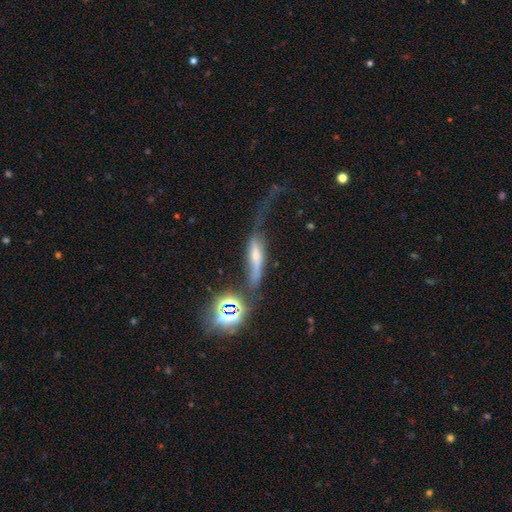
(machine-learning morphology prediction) The model was most divided on "smooth or featured": featured or disk: 48%, smooth: 35%, star or artifact: 17%. Remaining: merging — major disturbance (41%).